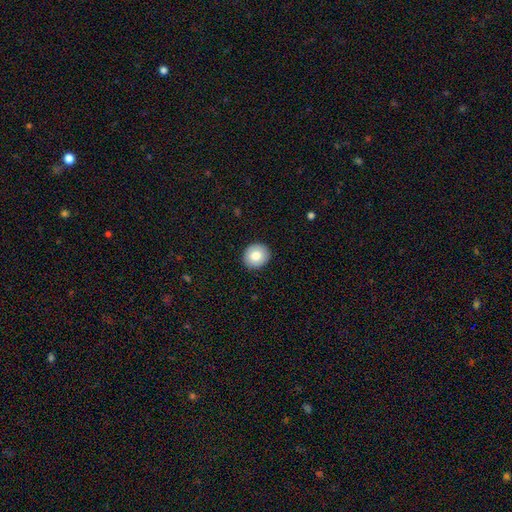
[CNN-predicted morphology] smooth-or-featured: smooth: 80% | featured or disk: 12% | star or artifact: 8%
  how-rounded: round: 82% | in between: 17% | cigar-shaped: 1%
  merging: none: 91% | minor disturbance: 6% | major disturbance: 2% | merger: 1%